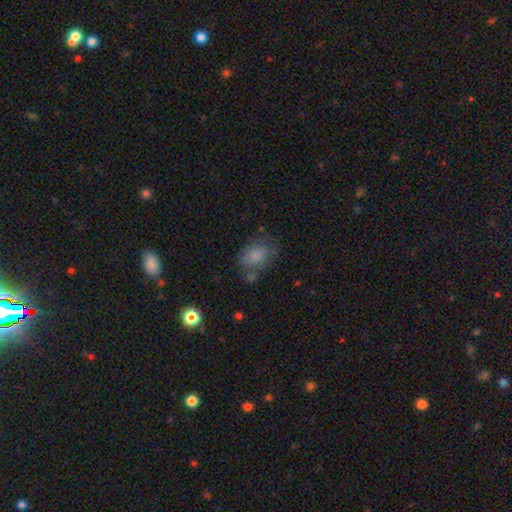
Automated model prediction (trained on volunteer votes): Smooth or featured?
  - smooth: 79% *
  - featured or disk: 12%
  - star or artifact: 9%
How rounded?
  - in between: 81% *
  - round: 18%
  - cigar-shaped: 1%
Merging?
  - none: 57% *
  - minor disturbance: 24%
  - major disturbance: 10%
  - merger: 9%